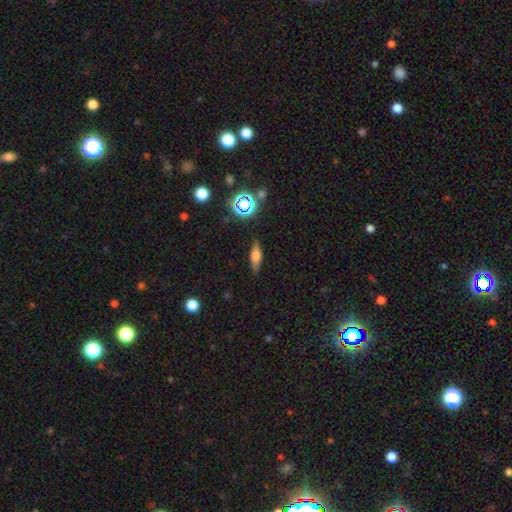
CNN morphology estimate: type=smooth (61%); roundness=cigar-shaped (48%); merging=none (84%).